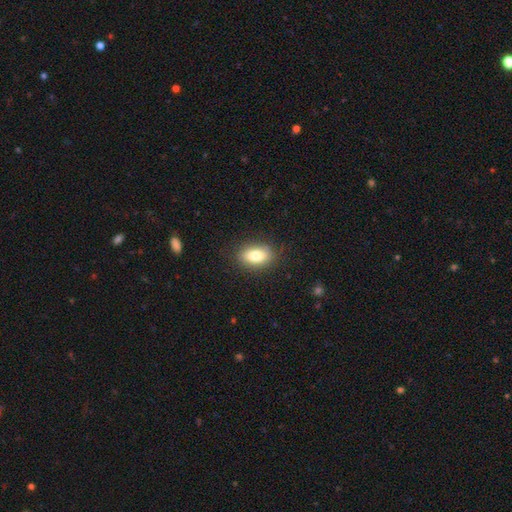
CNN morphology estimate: smooth-or-featured: smooth: 79% | featured or disk: 13% | star or artifact: 8%
  how-rounded: in between: 86% | round: 10% | cigar-shaped: 4%
  merging: none: 86% | minor disturbance: 10% | major disturbance: 3% | merger: 1%